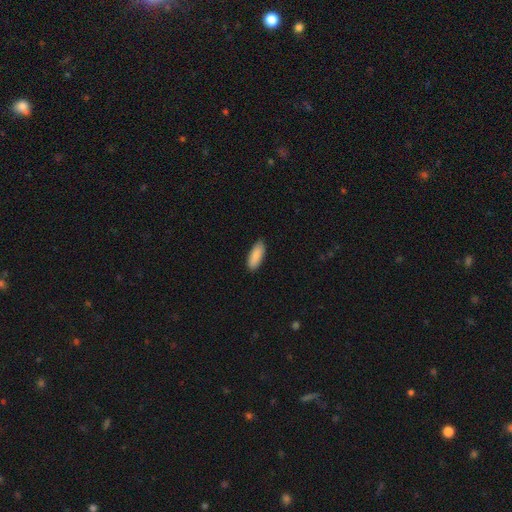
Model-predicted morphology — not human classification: Smooth or featured?
  - smooth: 89% *
  - star or artifact: 5%
  - featured or disk: 5%
How rounded?
  - in between: 71% *
  - cigar-shaped: 27%
  - round: 2%
Merging?
  - none: 88% *
  - minor disturbance: 10%
  - major disturbance: 2%
  - merger: 1%